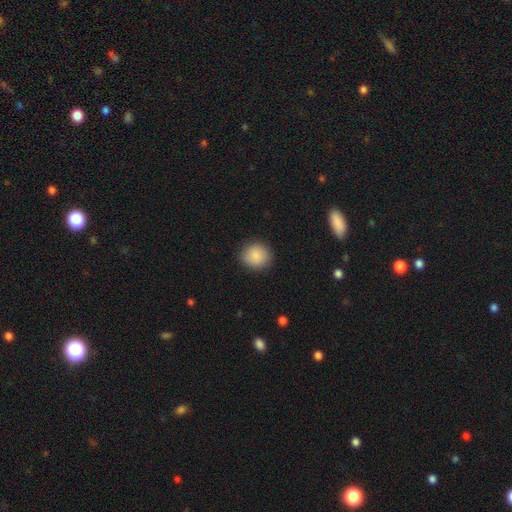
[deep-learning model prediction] This appears to be a smooth galaxy with no disk features (87%) that is round (86%). Merging: none (89%).